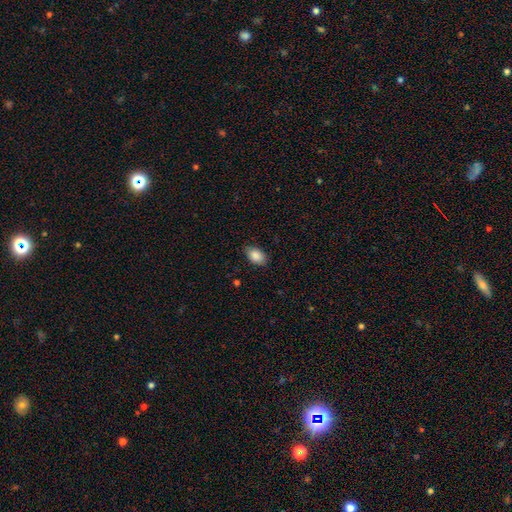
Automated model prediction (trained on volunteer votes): smooth 89%, star or artifact 7%, featured or disk 4%. Down the decision tree: how rounded — in between (90%); merging — none (84%).